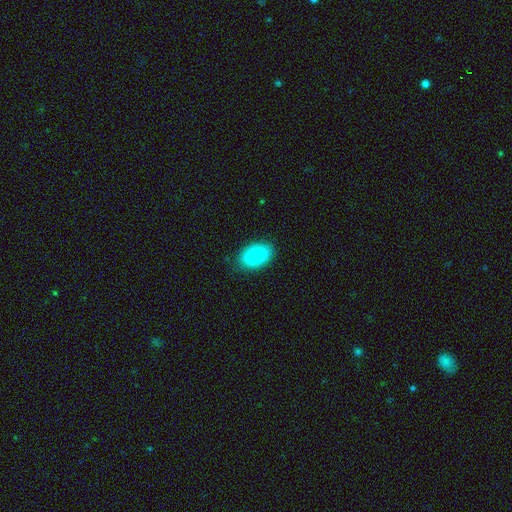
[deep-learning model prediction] This appears to be a smooth galaxy with no disk features (82%) that is in between round and cigar-shaped (89%). Merging: none (82%).